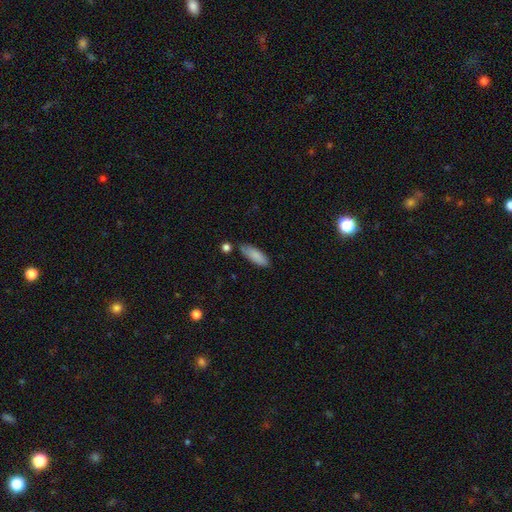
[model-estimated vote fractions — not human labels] Smooth or featured?
  - smooth: 85% *
  - featured or disk: 9%
  - star or artifact: 6%
How rounded?
  - in between: 66% *
  - cigar-shaped: 32%
  - round: 2%
Merging?
  - none: 75% *
  - minor disturbance: 17%
  - merger: 5%
  - major disturbance: 3%